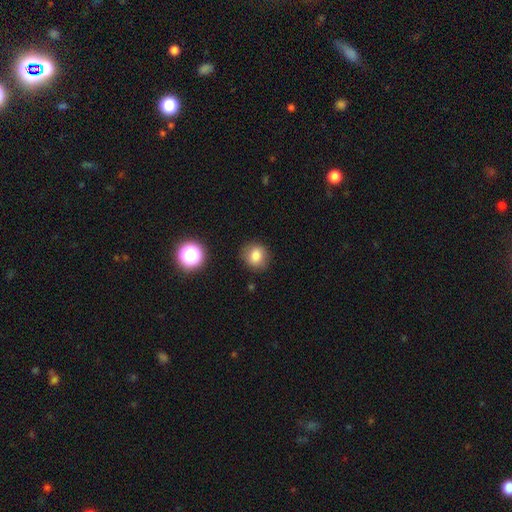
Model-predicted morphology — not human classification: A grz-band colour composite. It shows a smooth galaxy with no disk features (81%) that is round (79%). Merging: none (83%).